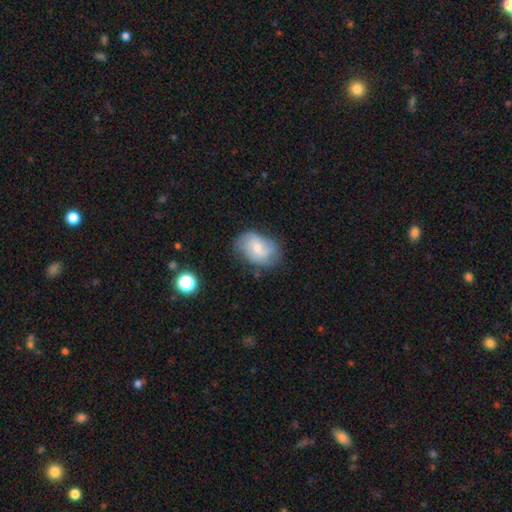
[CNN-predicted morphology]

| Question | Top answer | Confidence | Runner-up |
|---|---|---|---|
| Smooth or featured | smooth | 47% | featured or disk (43%) |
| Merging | none | 66% | minor disturbance (25%) |